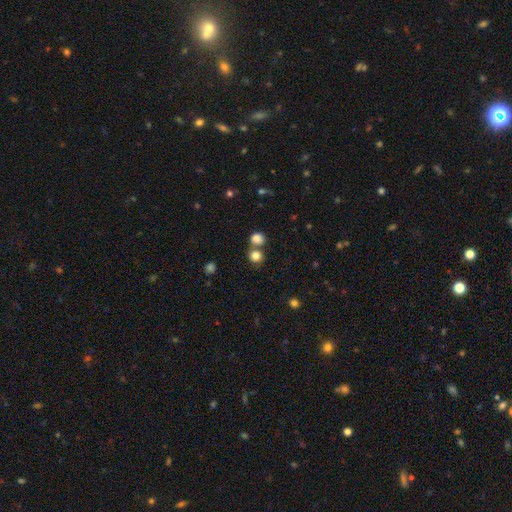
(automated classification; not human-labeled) Smooth or featured: smooth — 81% (star or artifact — 12%)
How rounded: round — 87% (in between — 12%)
Merging: none — 61% (merger — 28%)